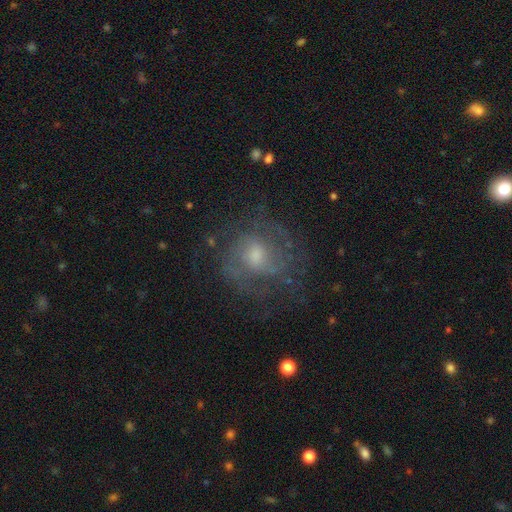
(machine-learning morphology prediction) type=featured or disk (69%); edge-on=no (97%); bar=no (54%); spiral arms=yes (82%); winding=medium (43%); arm count=can't tell (41%); bulge=moderate (48%); merging=none (66%).